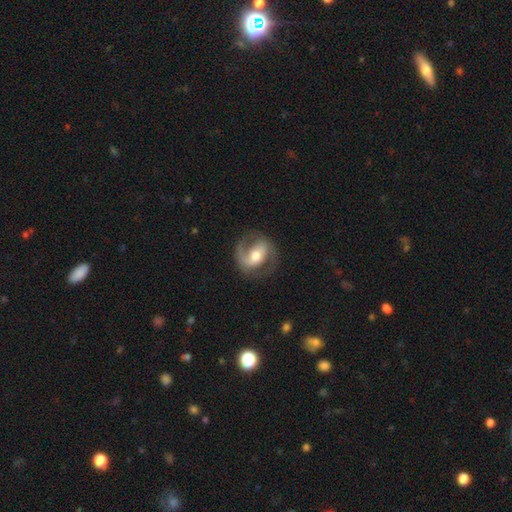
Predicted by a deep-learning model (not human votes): smooth-or-featured: featured or disk: 82% | smooth: 13% | star or artifact: 5%
  disk-edge-on: no: 97% | yes: 3%
    bar: weak: 41% | no: 30% | strong: 28%
    has-spiral-arms: yes: 92% | no: 8%
      spiral-winding: medium: 52% | tight: 25% | loose: 23%
      spiral-arm-count: 2: 79% | 1: 14% | can't tell: 4% | 3: 1% | 4: 1% | more than 4: 1%
    bulge-size: moderate: 68% | small: 16% | large: 13% | none: 1% | dominant: 1%
  merging: none: 75% | minor disturbance: 15% | major disturbance: 9% | merger: 1%